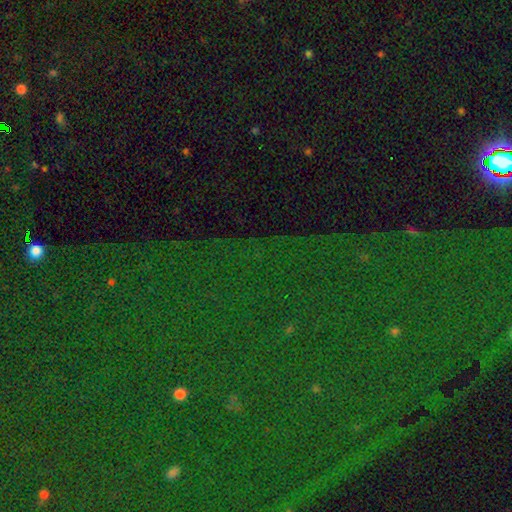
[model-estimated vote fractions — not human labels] Smooth or featured: star or artifact — 84% (smooth — 8%)